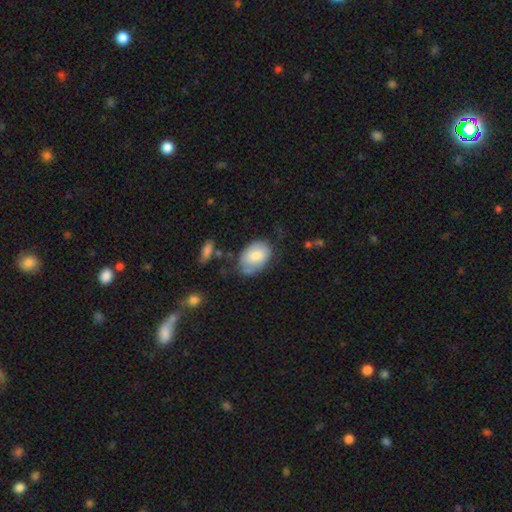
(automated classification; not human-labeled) A smooth galaxy with no disk features (76%) that is in between round and cigar-shaped (85%). Merging: none (54%).